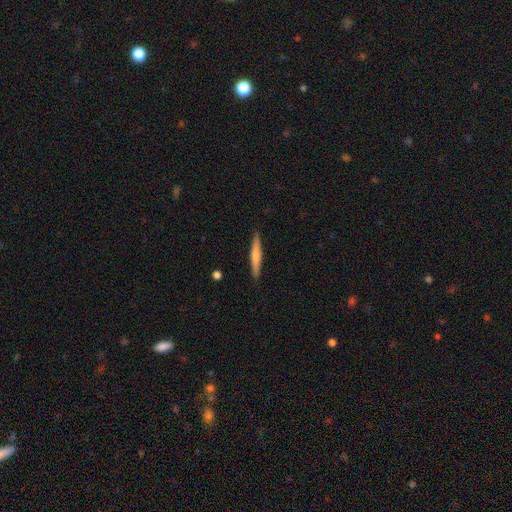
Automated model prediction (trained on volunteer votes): smooth-or-featured: smooth: 58% | featured or disk: 36% | star or artifact: 5%
  how-rounded: cigar-shaped: 95% | in between: 4% | round: 1%
  merging: none: 90% | minor disturbance: 7% | major disturbance: 1% | merger: 1%